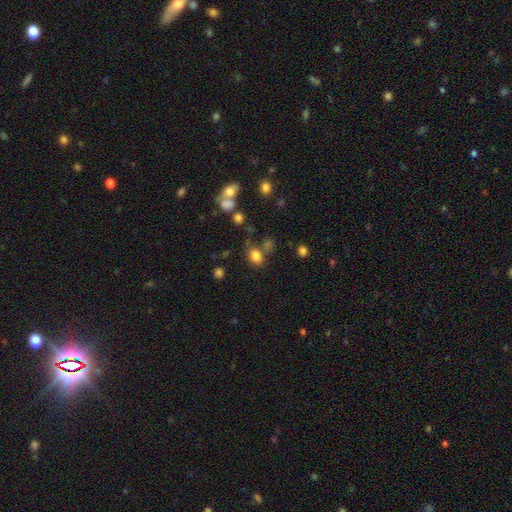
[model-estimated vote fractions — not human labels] smooth 80%, star or artifact 13%, featured or disk 7%. Down the decision tree: how rounded — in between (56%); merging — none (64%).